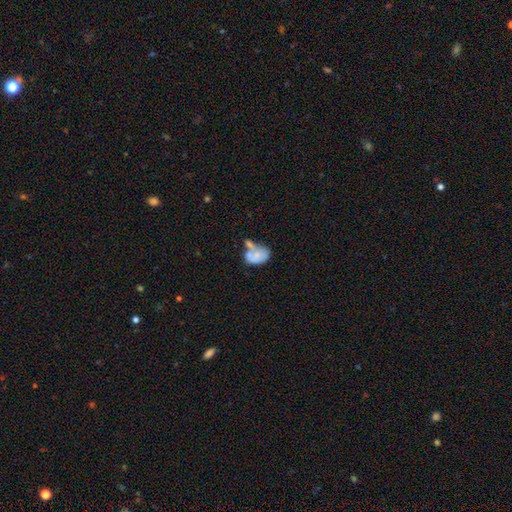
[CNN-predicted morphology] Smooth or featured: smooth — 64% (featured or disk — 28%)
How rounded: in between — 81% (round — 18%)
Merging: merger — 43% (none — 25%)